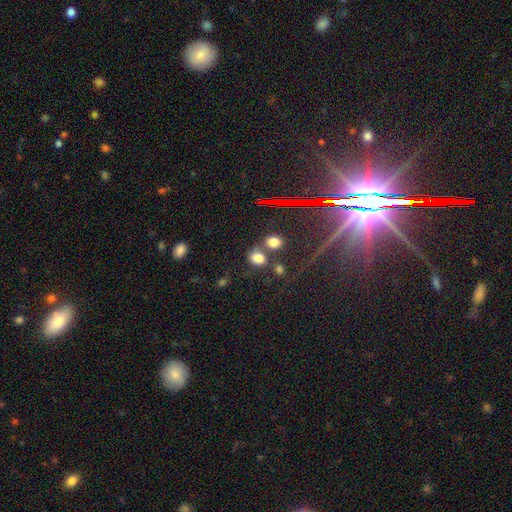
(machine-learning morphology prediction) Smooth or featured: star or artifact — 63% (smooth — 24%)